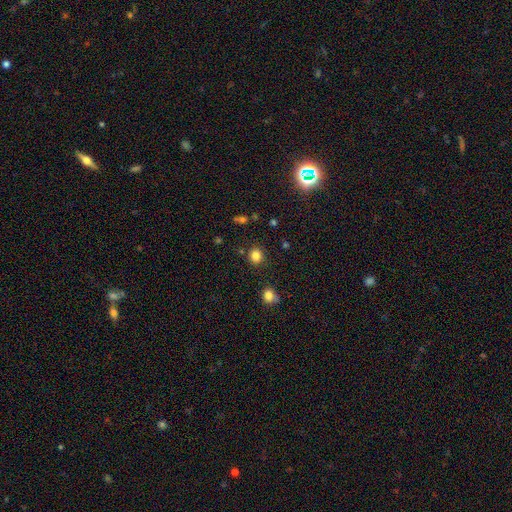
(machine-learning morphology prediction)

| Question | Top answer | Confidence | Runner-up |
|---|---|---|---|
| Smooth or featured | smooth | 83% | star or artifact (13%) |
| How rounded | round | 85% | in between (14%) |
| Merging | none | 86% | minor disturbance (8%) |